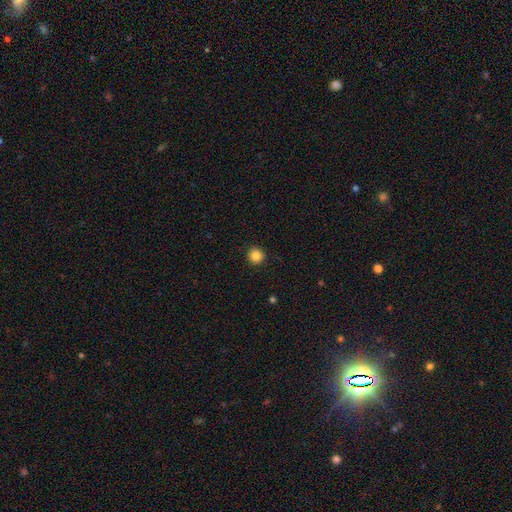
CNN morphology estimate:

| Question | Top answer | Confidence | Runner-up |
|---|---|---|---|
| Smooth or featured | smooth | 86% | star or artifact (11%) |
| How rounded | round | 95% | in between (4%) |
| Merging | none | 93% | minor disturbance (5%) |